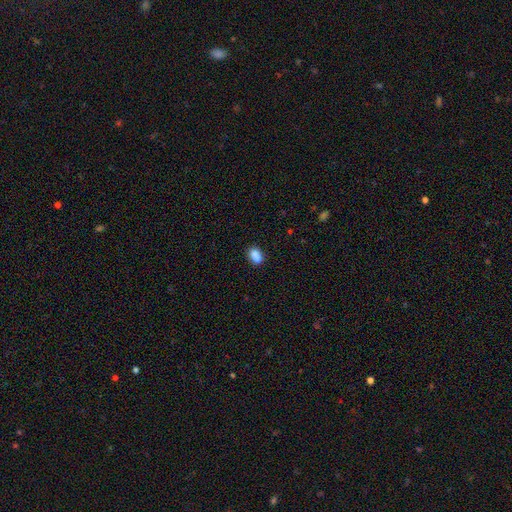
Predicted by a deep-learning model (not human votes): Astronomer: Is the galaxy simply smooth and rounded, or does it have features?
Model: smooth — 83%.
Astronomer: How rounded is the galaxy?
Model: in between — 73%.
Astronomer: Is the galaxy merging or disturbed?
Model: none — 63%.